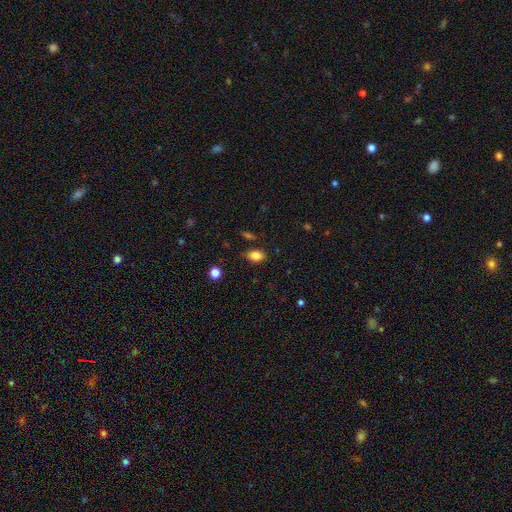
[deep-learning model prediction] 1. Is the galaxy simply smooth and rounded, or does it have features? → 83% smooth, 10% star or artifact, 7% featured or disk.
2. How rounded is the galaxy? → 79% in between, 20% round, 1% cigar-shaped.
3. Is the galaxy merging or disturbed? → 80% none, 14% minor disturbance, 3% major disturbance, 2% merger.